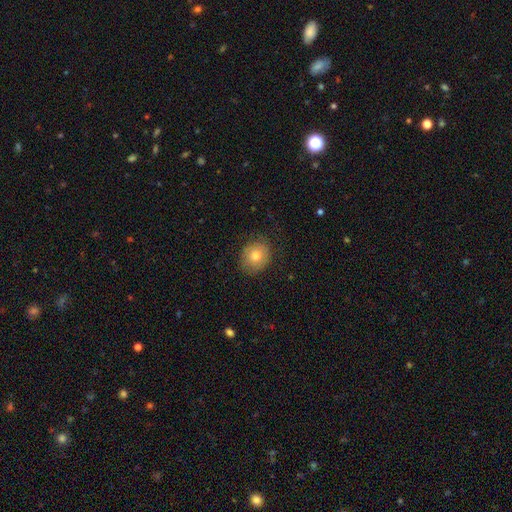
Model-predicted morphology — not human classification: type=smooth (76%); roundness=round (71%); merging=none (81%).